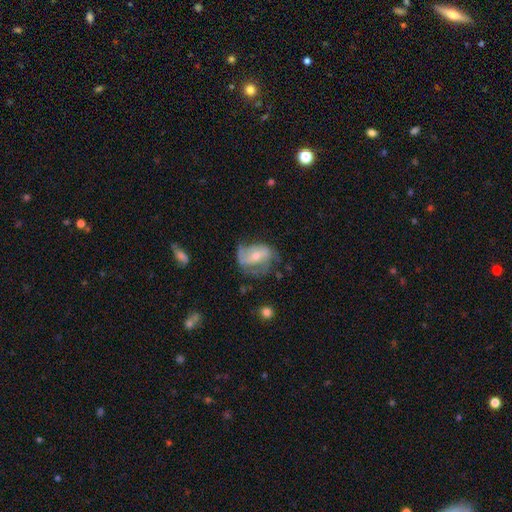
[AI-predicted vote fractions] The model was most divided on "bar": weak: 40%, no: 35%, strong: 25%. Remaining: edge-on disk — no (96%); spiral arms — yes (71%); smooth or featured — featured or disk (64%); bulge size — moderate (49%); merging — none (43%).